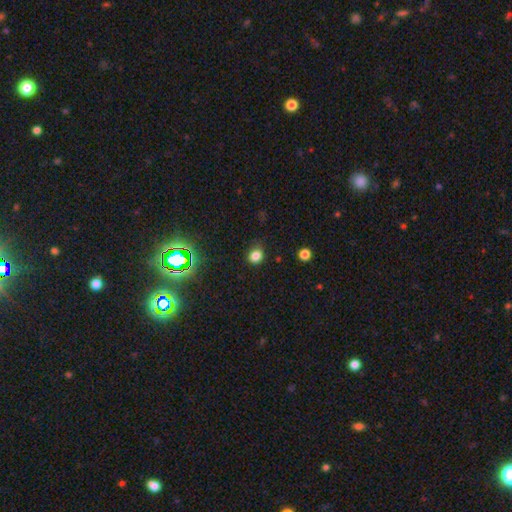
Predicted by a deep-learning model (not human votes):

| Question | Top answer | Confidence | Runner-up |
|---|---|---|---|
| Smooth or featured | smooth | 77% | star or artifact (17%) |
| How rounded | round | 68% | in between (31%) |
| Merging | none | 76% | minor disturbance (18%) |